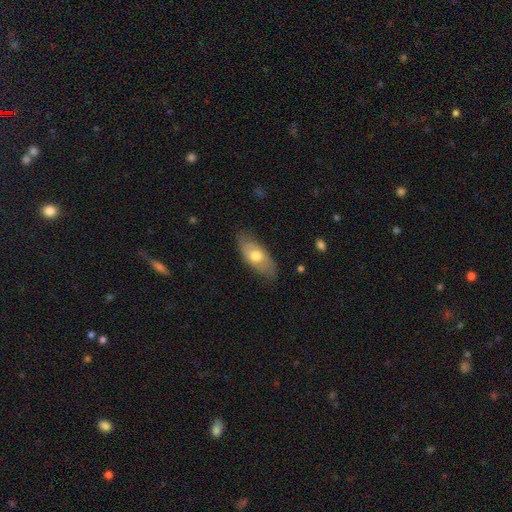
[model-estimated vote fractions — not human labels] smooth 60%, featured or disk 35%, star or artifact 6%. Down the decision tree: how rounded — in between (87%); merging — none (73%).